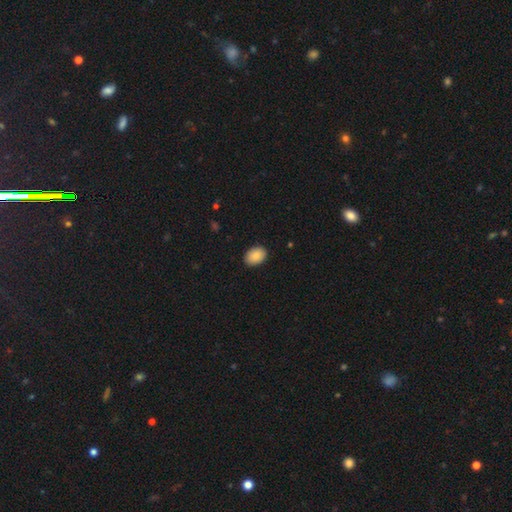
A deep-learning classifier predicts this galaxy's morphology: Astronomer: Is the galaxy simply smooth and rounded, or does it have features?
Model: smooth — 89%.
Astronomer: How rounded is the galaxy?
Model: in between — 78%.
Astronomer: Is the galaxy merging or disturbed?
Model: none — 89%.